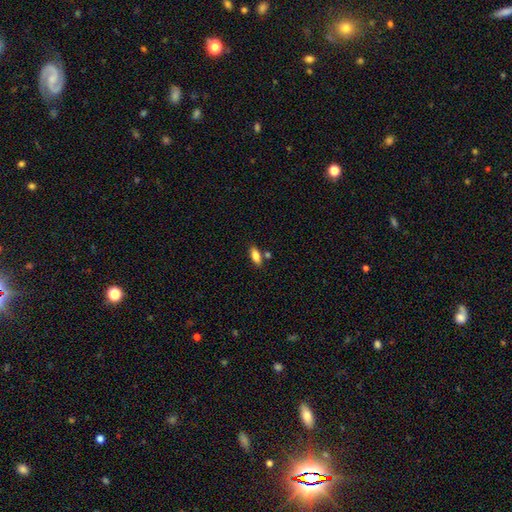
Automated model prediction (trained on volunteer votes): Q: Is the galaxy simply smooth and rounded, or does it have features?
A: smooth — 84%.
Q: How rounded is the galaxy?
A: in between — 84%.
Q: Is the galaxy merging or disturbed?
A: none — 74%.